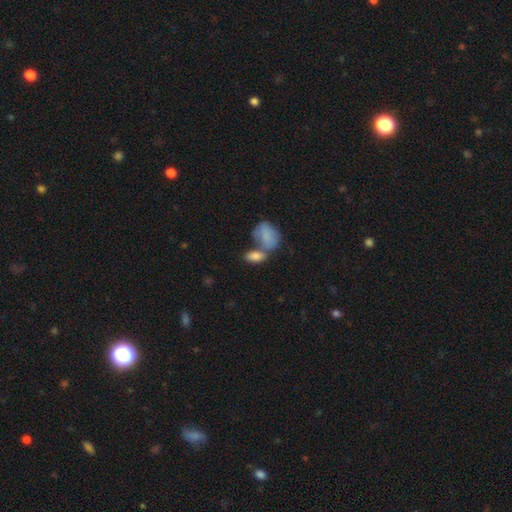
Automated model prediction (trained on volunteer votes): A smooth galaxy with no disk features (82%) that is in between round and cigar-shaped (90%).

Vote fractions:
- Smooth or featured? smooth: 82% / featured or disk: 11% / star or artifact: 7%
- How rounded? in between: 90% / round: 6% / cigar-shaped: 4%
- Merging? merger: 48% / none: 34% / minor disturbance: 12% / major disturbance: 6%